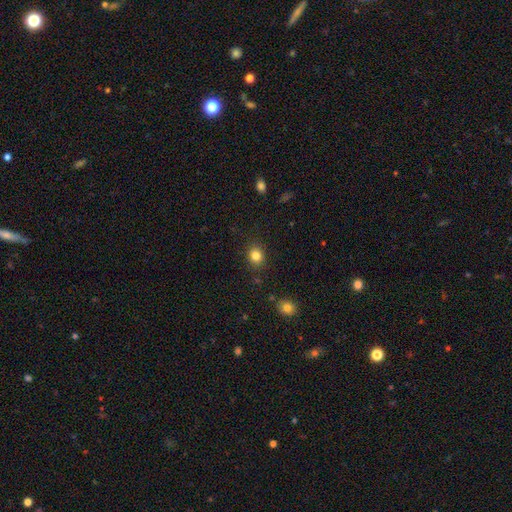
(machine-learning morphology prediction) The model was most divided on "how rounded": round: 69%, in between: 30%, cigar-shaped: 1%. More confident: merging — none (88%); smooth or featured — smooth (83%).